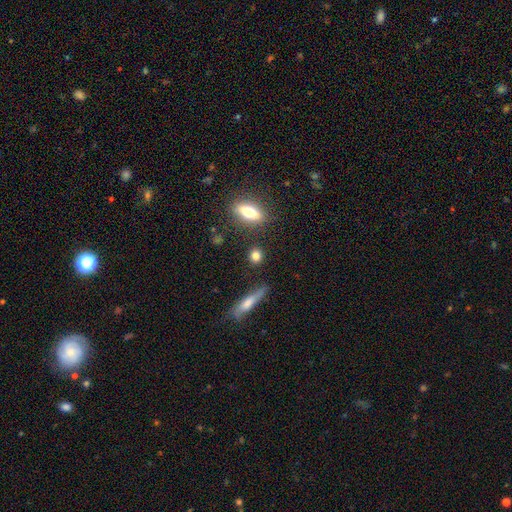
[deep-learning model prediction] Q: Smooth or featured?
A: smooth (80%); runner-up: star or artifact (10%)
Q: How rounded?
A: round (67%); runner-up: in between (22%)
Q: Merging?
A: none (84%); runner-up: minor disturbance (9%)